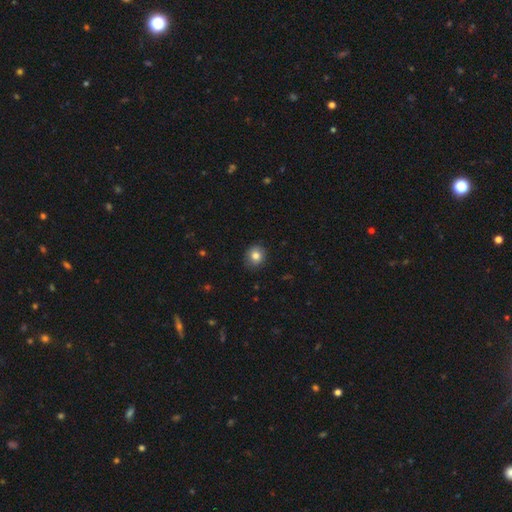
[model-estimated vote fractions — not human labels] Smooth or featured? smooth (82%)
How rounded? round (77%)
Merging? none (86%)